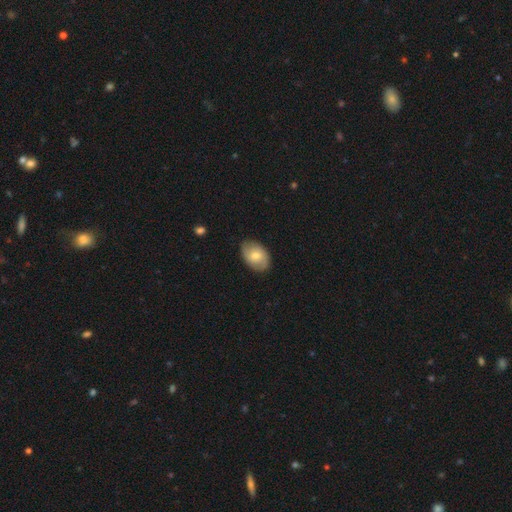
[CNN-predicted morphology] Smooth or featured? smooth (57%)
How rounded? in between (82%)
Merging? none (80%)